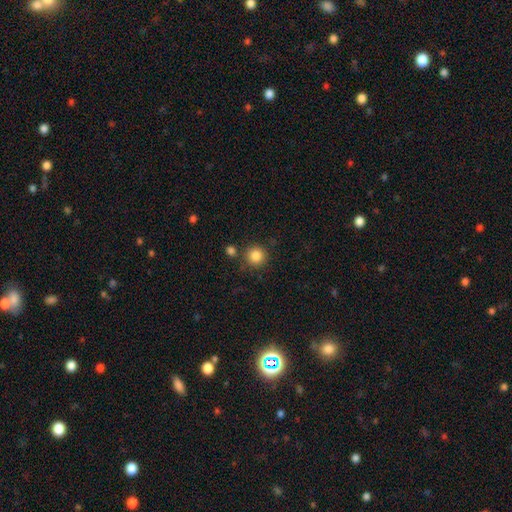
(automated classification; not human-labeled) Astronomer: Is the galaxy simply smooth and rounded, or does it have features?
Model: smooth — 85%.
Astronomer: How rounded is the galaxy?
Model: round — 93%.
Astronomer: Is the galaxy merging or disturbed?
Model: none — 81%.